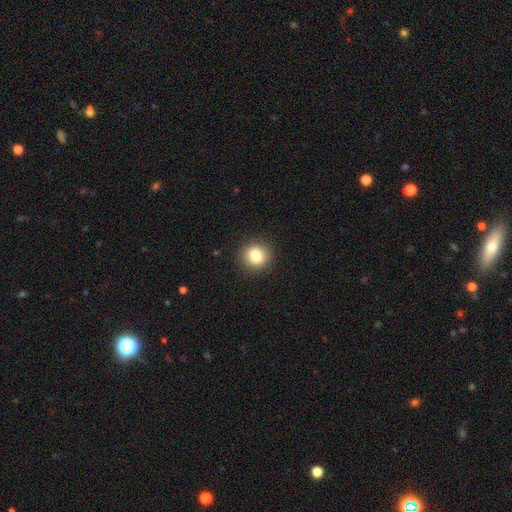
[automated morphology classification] Smooth or featured?
  - smooth: 83% *
  - star or artifact: 10%
  - featured or disk: 6%
How rounded?
  - round: 86% *
  - in between: 13%
  - cigar-shaped: 1%
Merging?
  - none: 90% *
  - minor disturbance: 7%
  - major disturbance: 2%
  - merger: 1%